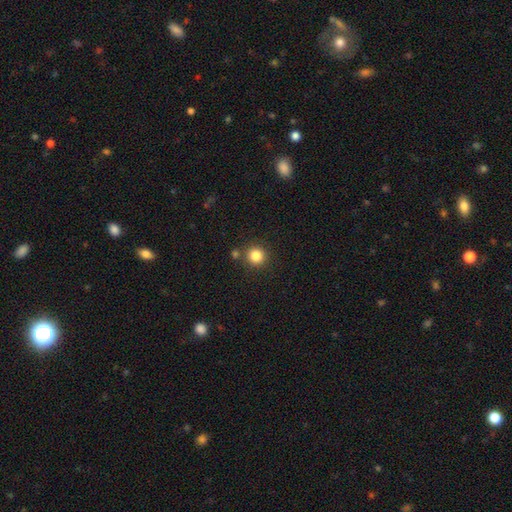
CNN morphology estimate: A smooth galaxy with no disk features (84%) that is round (93%).

Vote fractions:
- Smooth or featured? smooth: 84% / star or artifact: 11% / featured or disk: 5%
- How rounded? round: 93% / in between: 6% / cigar-shaped: 1%
- Merging? none: 83% / minor disturbance: 7% / merger: 7% / major disturbance: 3%